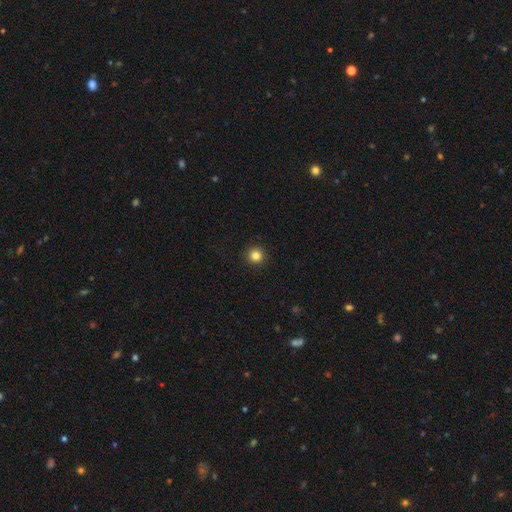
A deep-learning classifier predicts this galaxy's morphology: Q: Smooth or featured?
A: smooth (84%); runner-up: star or artifact (12%)
Q: How rounded?
A: round (95%); runner-up: in between (4%)
Q: Merging?
A: none (93%); runner-up: minor disturbance (4%)